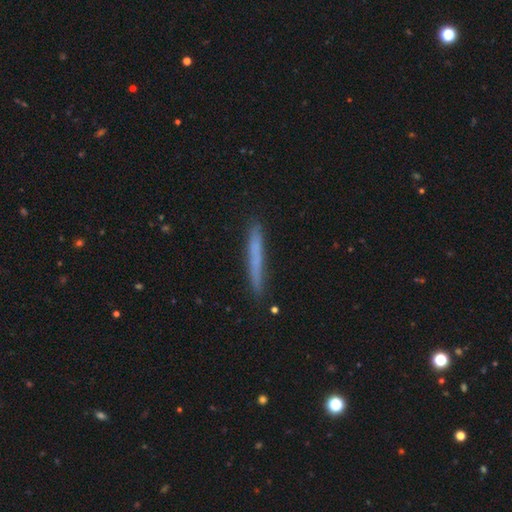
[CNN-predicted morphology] A smooth galaxy with no disk features (61%) that is cigar-shaped (97%). Merging: none (87%).